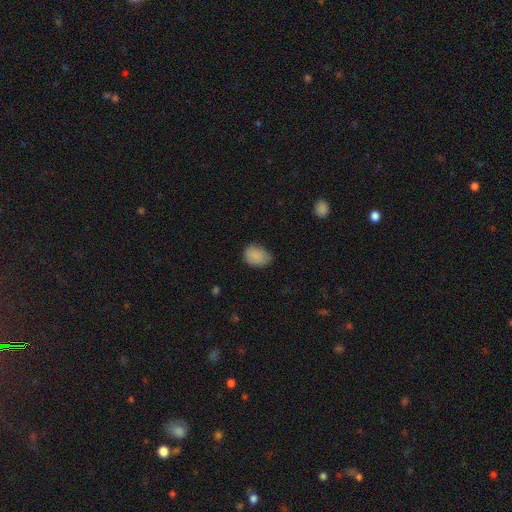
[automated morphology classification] Smooth or featured? smooth (86%)
How rounded? in between (65%)
Merging? none (58%)